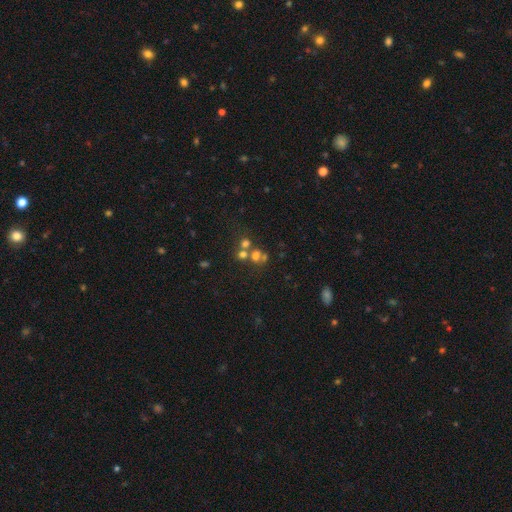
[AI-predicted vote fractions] smooth 60%, star or artifact 22%, featured or disk 18%. Down the decision tree: how rounded — round (77%); merging — merger (47%).